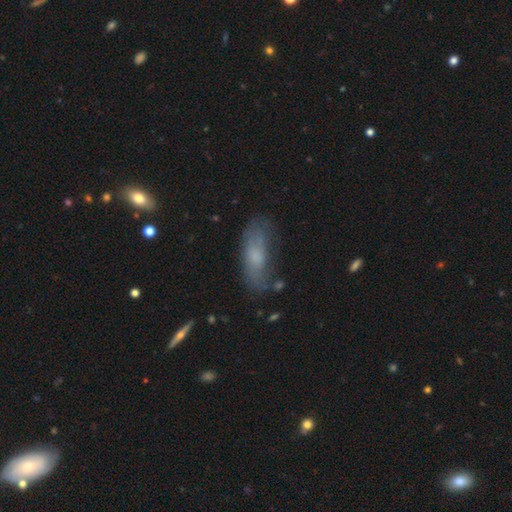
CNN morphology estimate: This appears to be a smooth galaxy with no disk features (58%) that is in between round and cigar-shaped (72%). Merging: none (55%).